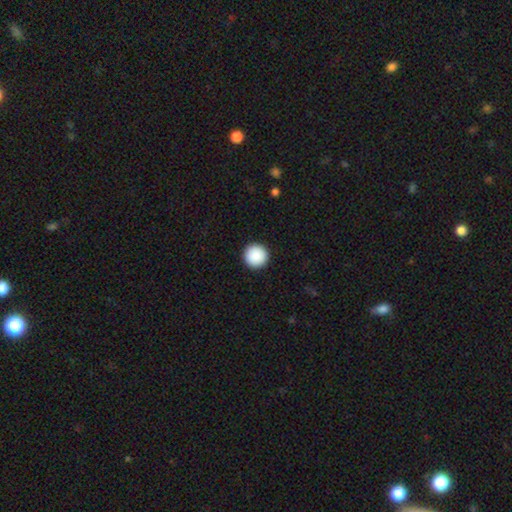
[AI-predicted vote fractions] Overall: smooth (90%). How rounded: round (97%). Merging: none (94%).